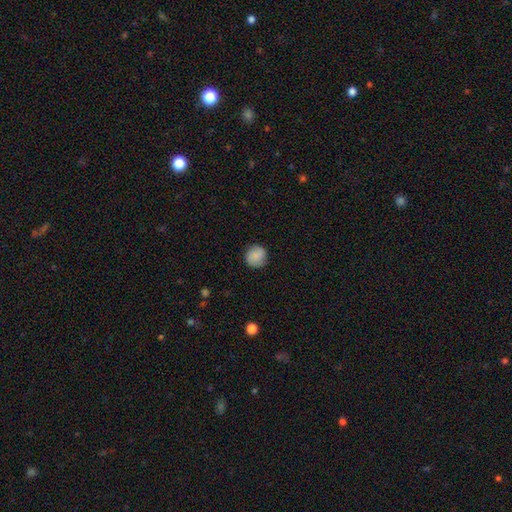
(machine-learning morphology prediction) Overall: smooth (79%). How rounded: round (90%). Merging: none (86%).